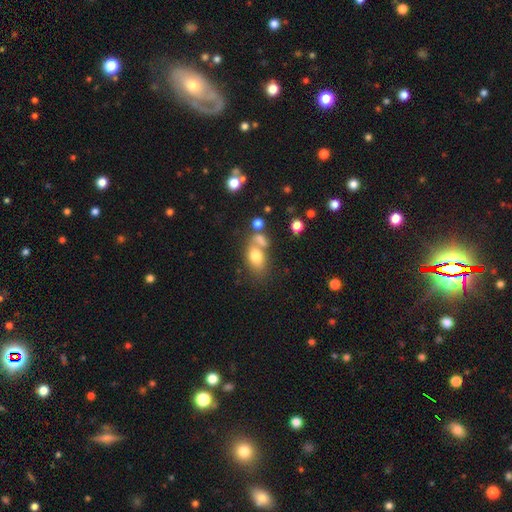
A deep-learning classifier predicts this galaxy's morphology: Q: Smooth or featured?
A: smooth (75%); runner-up: featured or disk (15%)
Q: How rounded?
A: in between (82%); runner-up: round (15%)
Q: Merging?
A: none (39%); tied with: merger (39%)